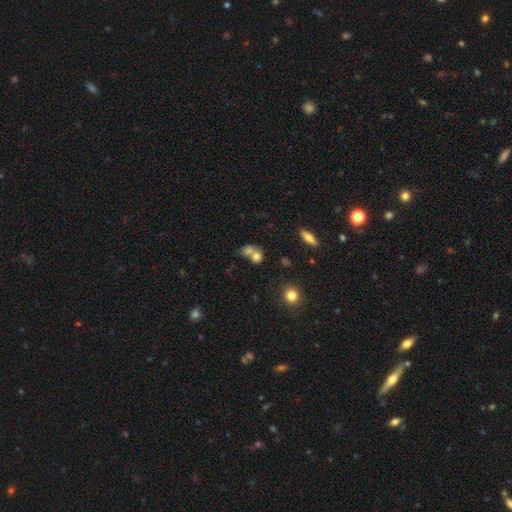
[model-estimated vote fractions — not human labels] This appears to be a smooth galaxy with no disk features (71%) that is round (55%). Merging: merger (58%).